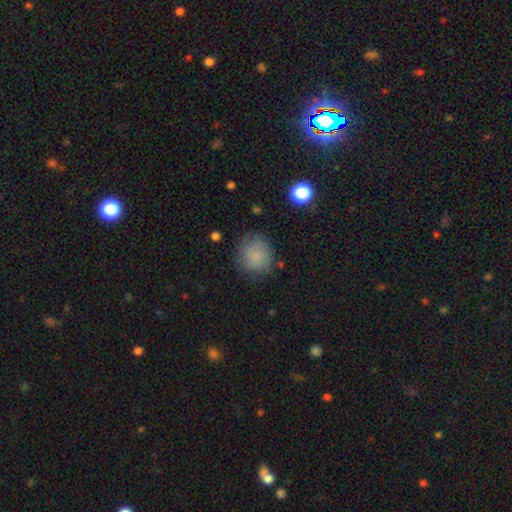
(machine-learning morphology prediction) This is clearly a smooth galaxy (80%). How rounded: clearly round (85%). Merging: likely none (74%).